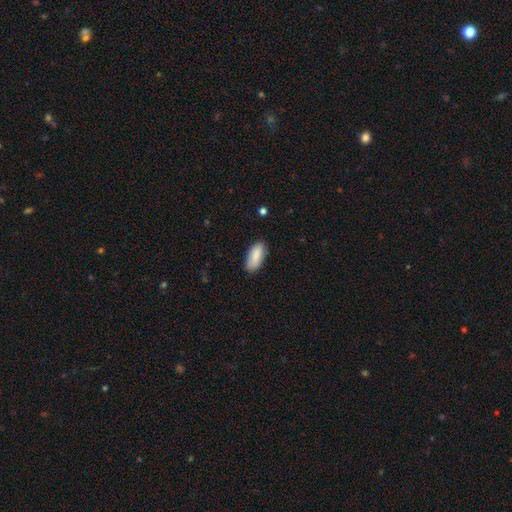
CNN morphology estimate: Smooth or featured? smooth (87%)
How rounded? in between (88%)
Merging? none (81%)